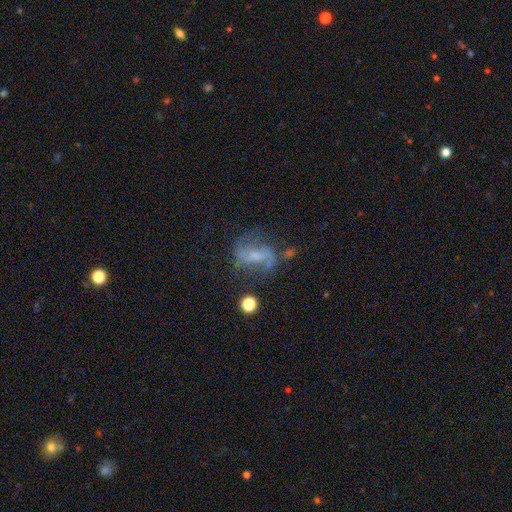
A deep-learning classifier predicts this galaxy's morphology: Overall: featured or disk (74%). Edge-on disk: no (96%). Bar: weak (45%; no 28%). Spiral arms: yes (88%). Spiral arm count: 2 (85%). Spiral winding: loose (49%; medium 40%). Bulge size: small (44%; moderate 28%). Merging: none (56%; minor disturbance 20%).